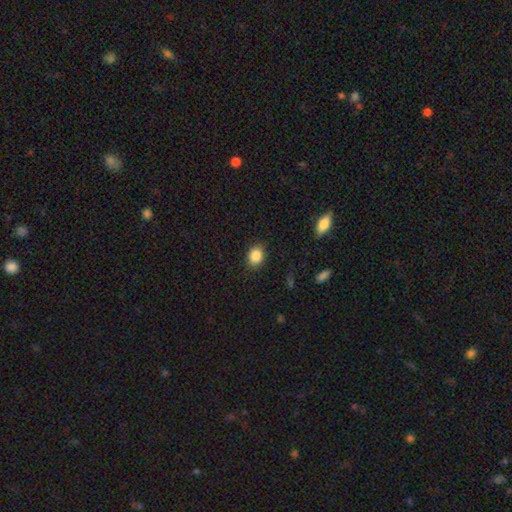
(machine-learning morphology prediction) type=smooth (87%); roundness=round (56%); merging=none (86%).